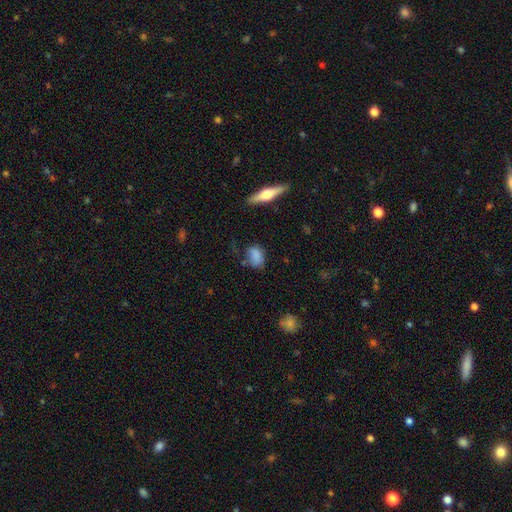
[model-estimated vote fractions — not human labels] smooth-or-featured: smooth: 80% | featured or disk: 11% | star or artifact: 9%
  how-rounded: in between: 80% | round: 17% | cigar-shaped: 3%
  merging: none: 62% | minor disturbance: 27% | major disturbance: 8% | merger: 4%